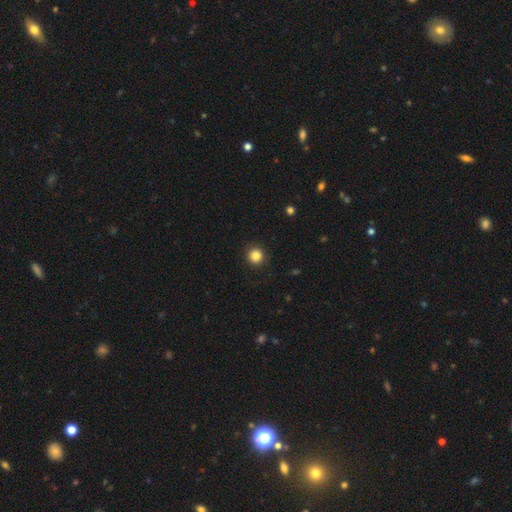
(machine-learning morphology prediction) The model was most divided on "smooth or featured": smooth: 84%, star or artifact: 11%, featured or disk: 4%. More confident: how rounded — round (95%); merging — none (92%).